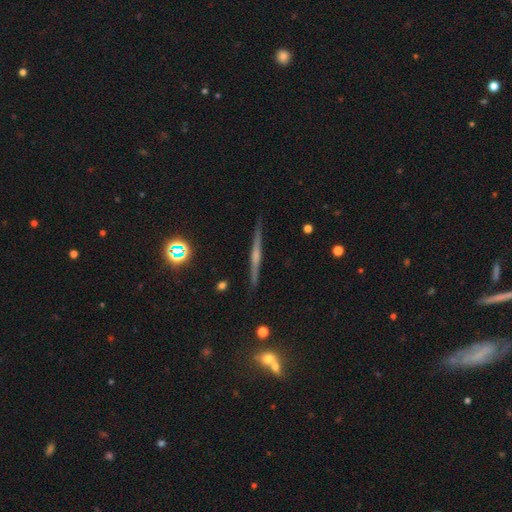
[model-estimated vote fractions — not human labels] smooth_or_featured: featured or disk (p=0.72) [alt: smooth p=0.17]
disk_edge_on: yes (p=0.98) [alt: no p=0.02]
edge_on_bulge: rounded (p=0.62) [alt: none p=0.26]
merging: none (p=0.91) [alt: minor disturbance p=0.07]